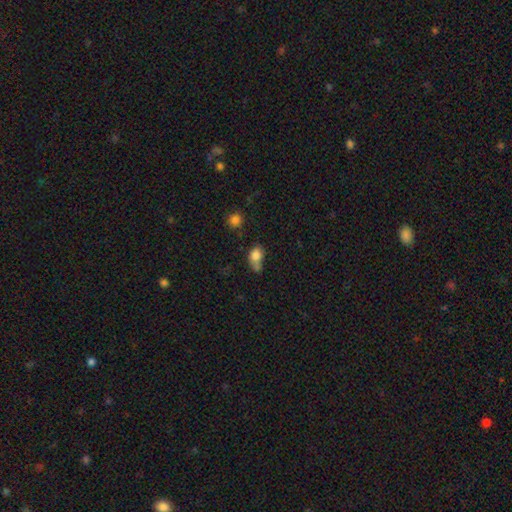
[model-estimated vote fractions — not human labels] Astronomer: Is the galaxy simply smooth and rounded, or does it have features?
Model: smooth — 81%.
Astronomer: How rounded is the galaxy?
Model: in between — 57% (runner-up: round, 41%).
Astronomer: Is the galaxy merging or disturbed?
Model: none — 38% (runner-up: merger, 30%).